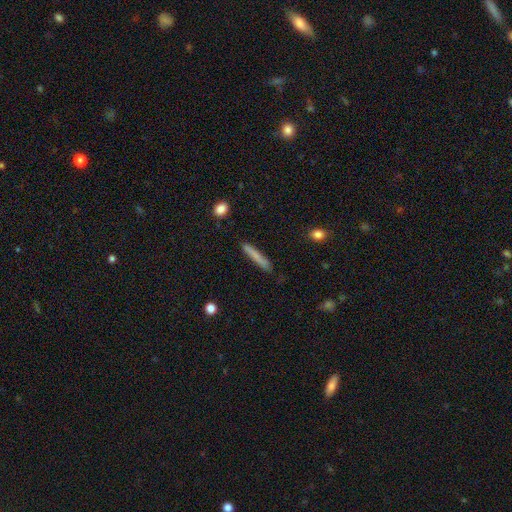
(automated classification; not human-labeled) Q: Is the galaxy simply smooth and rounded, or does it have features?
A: smooth — 76%.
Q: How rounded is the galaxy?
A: cigar-shaped — 95%.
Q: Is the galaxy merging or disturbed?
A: none — 86%.